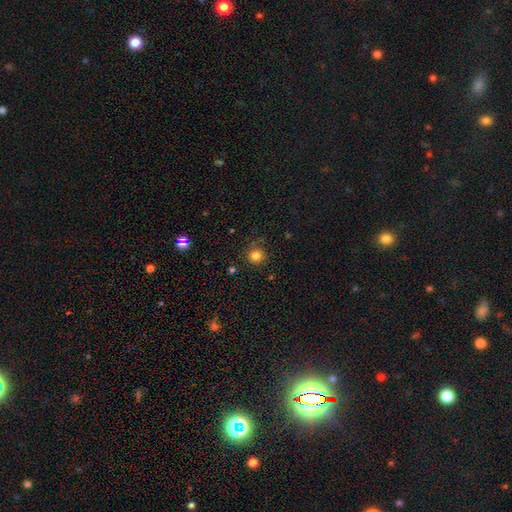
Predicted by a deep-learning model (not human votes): Q: Smooth or featured?
A: smooth (83%); runner-up: star or artifact (13%)
Q: How rounded?
A: round (90%); runner-up: in between (9%)
Q: Merging?
A: none (83%); runner-up: minor disturbance (11%)